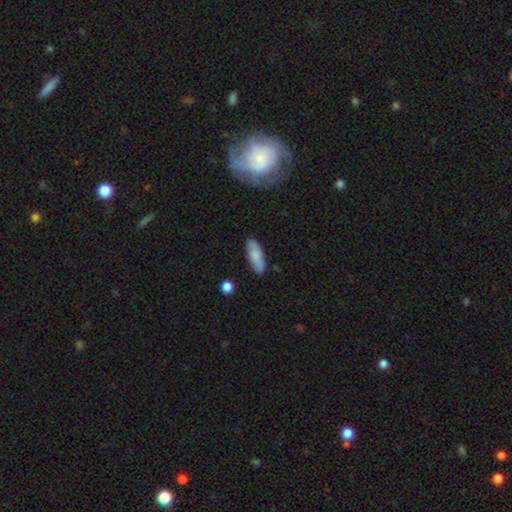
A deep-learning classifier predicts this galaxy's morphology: Q: Smooth or featured?
A: smooth (81%); runner-up: featured or disk (13%)
Q: How rounded?
A: in between (65%); runner-up: cigar-shaped (33%)
Q: Merging?
A: none (82%); runner-up: minor disturbance (13%)